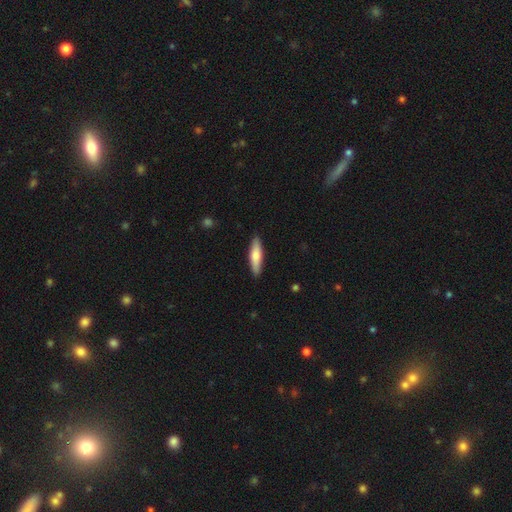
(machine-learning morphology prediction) Smooth or featured: smooth — 69% (featured or disk — 25%)
How rounded: cigar-shaped — 71% (in between — 27%)
Merging: none — 89% (minor disturbance — 8%)